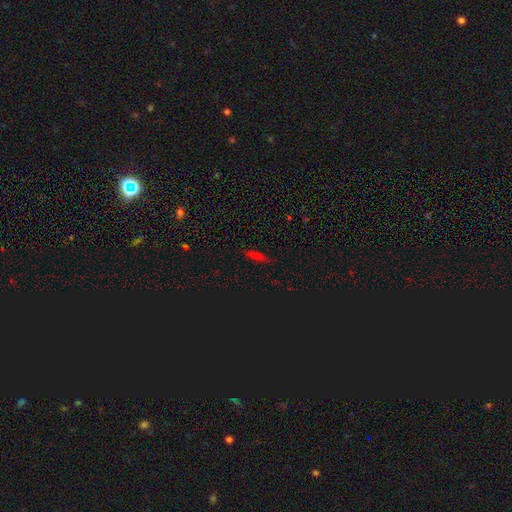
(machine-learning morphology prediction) Smooth or featured? smooth (60%)
How rounded? cigar-shaped (67%)
Merging? none (83%)